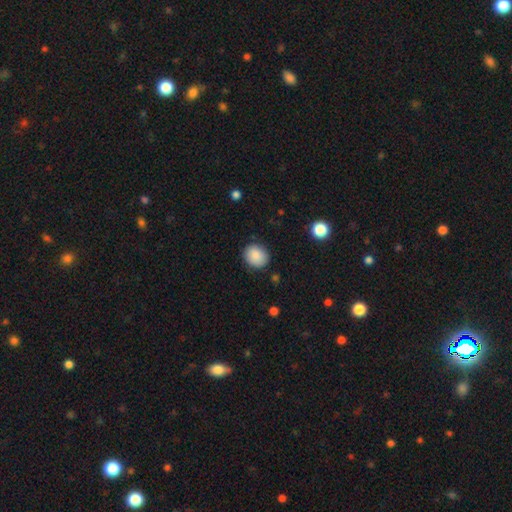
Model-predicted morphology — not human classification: Overall: smooth (88%). How rounded: round (72%). Merging: none (86%).